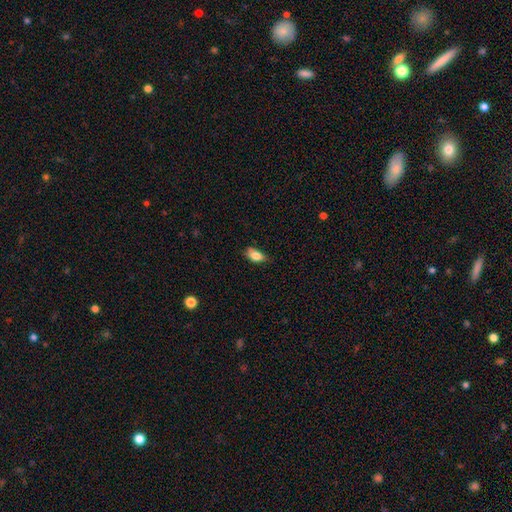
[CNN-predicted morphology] A smooth galaxy with no disk features (83%) that is in between round and cigar-shaped (88%). Merging: none (68%).